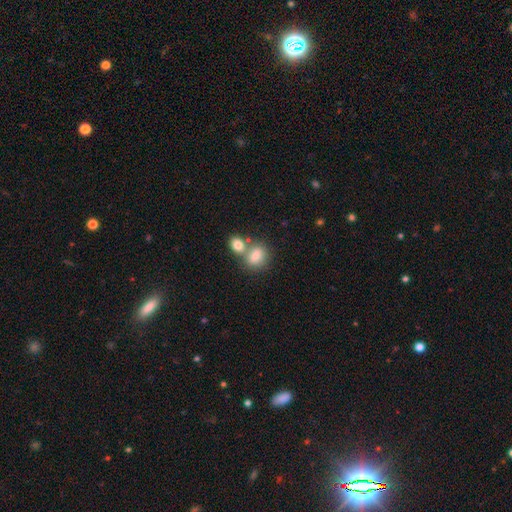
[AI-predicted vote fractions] A smooth galaxy with no disk features (82%) that is in between round and cigar-shaped (67%). Merging: merger (50%).